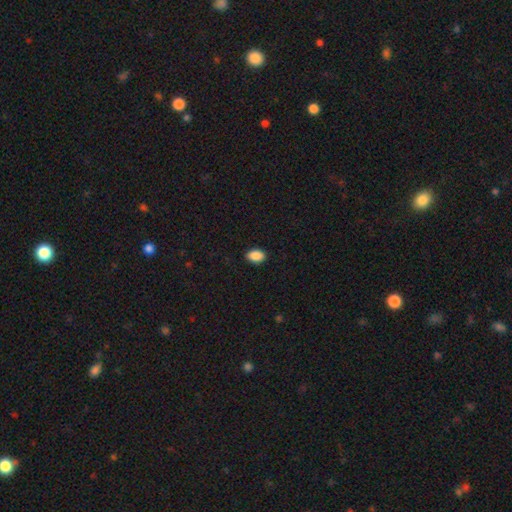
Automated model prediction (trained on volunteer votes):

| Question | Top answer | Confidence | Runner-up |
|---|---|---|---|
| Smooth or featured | smooth | 90% | star or artifact (8%) |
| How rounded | in between | 84% | round (15%) |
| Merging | none | 89% | minor disturbance (8%) |